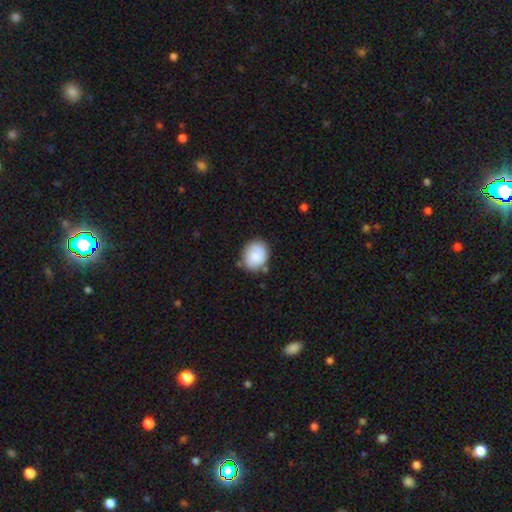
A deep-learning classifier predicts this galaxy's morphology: A smooth galaxy with no disk features (81%) that is round (58%).

Vote fractions:
- Smooth or featured? smooth: 81% / featured or disk: 12% / star or artifact: 7%
- How rounded? round: 58% / in between: 41% / cigar-shaped: 1%
- Merging? none: 72% / minor disturbance: 19% / merger: 5% / major disturbance: 4%